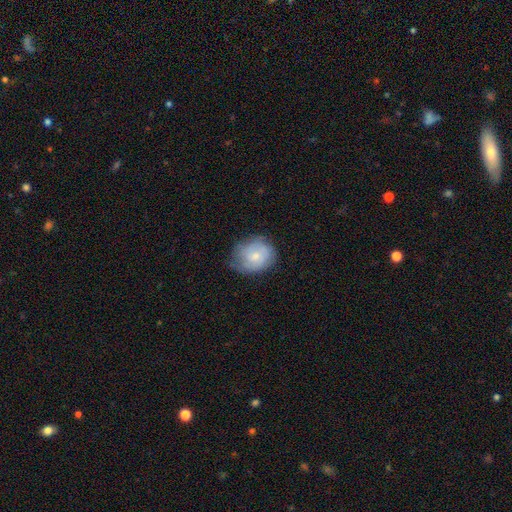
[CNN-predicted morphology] Smooth or featured: smooth — 52% (featured or disk — 41%)
How rounded: round — 63% (in between — 36%)
Merging: none — 59% (minor disturbance — 30%)